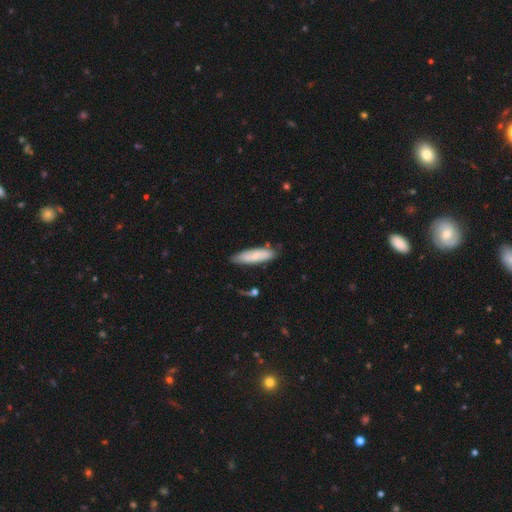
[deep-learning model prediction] Q: Smooth or featured?
A: smooth (74%); runner-up: featured or disk (19%)
Q: How rounded?
A: cigar-shaped (63%); runner-up: in between (36%)
Q: Merging?
A: none (73%); runner-up: minor disturbance (21%)